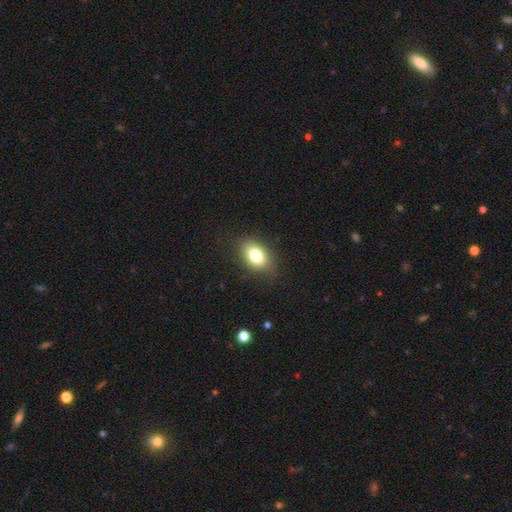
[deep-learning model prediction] A smooth galaxy with no disk features (78%) that is in between round and cigar-shaped (83%).

Vote fractions:
- Smooth or featured? smooth: 78% / featured or disk: 12% / star or artifact: 9%
- How rounded? in between: 83% / round: 15% / cigar-shaped: 2%
- Merging? none: 81% / minor disturbance: 14% / major disturbance: 4% / merger: 1%